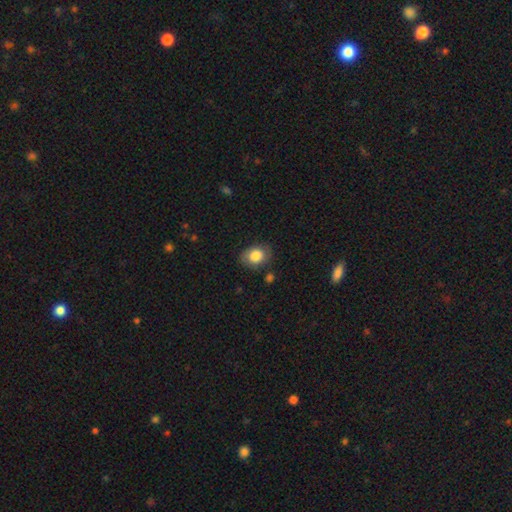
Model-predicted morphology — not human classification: Smooth or featured? Predicted: smooth (p=0.82). How rounded? Predicted: in between (p=0.67). Merging? Predicted: none (p=0.78).